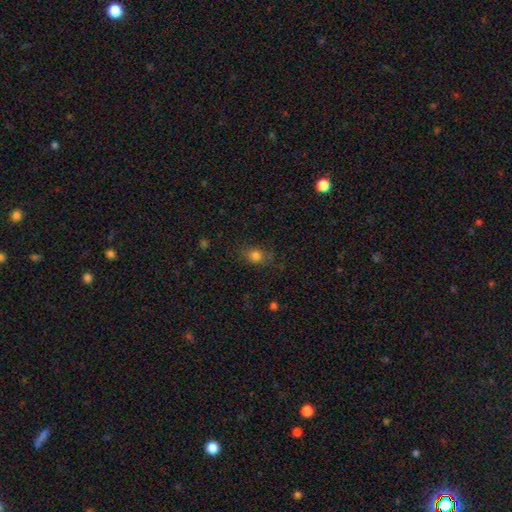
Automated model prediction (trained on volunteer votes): smooth 79%, star or artifact 14%, featured or disk 8%. Down the decision tree: how rounded — in between (52%); merging — none (73%).